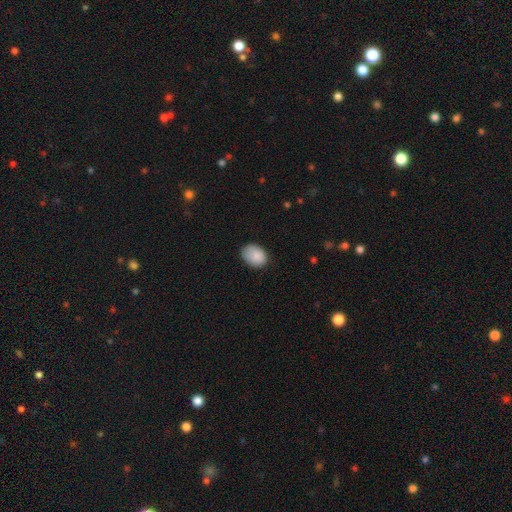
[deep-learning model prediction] This is clearly a smooth galaxy (87%). How rounded: likely in between (69%). Merging: likely none (70%).